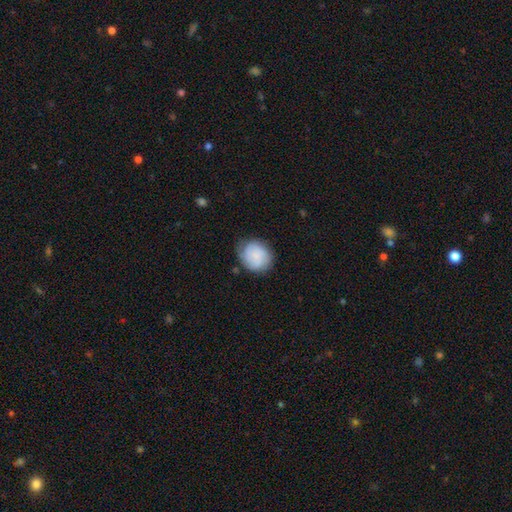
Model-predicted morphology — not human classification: This appears to be a smooth galaxy with no disk features (66%) that is round (71%). Merging: none (67%).